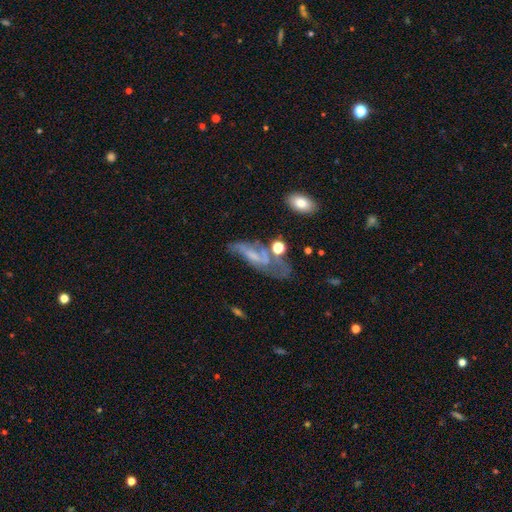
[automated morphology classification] Overall: featured or disk (60%; smooth 28%). Edge-on disk: no (83%). Merging: none (38%; major disturbance 28%).